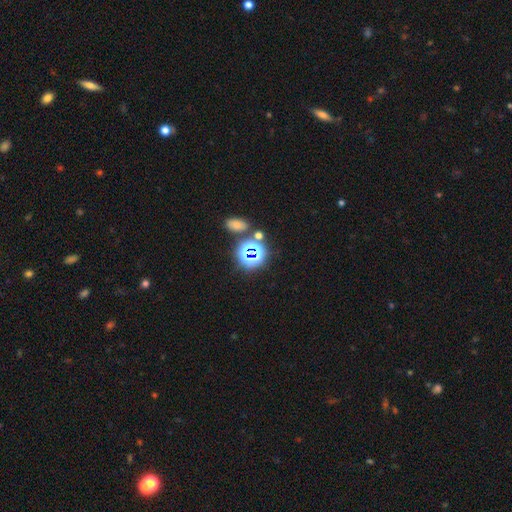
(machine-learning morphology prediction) Smooth or featured? star or artifact (62%)